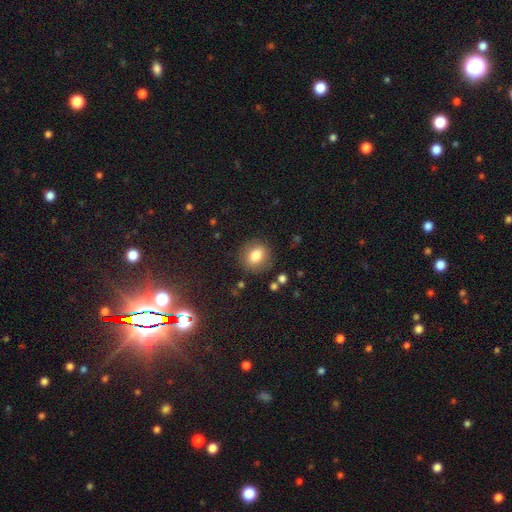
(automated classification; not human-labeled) Smooth or featured? smooth (80%)
How rounded? round (67%)
Merging? none (85%)